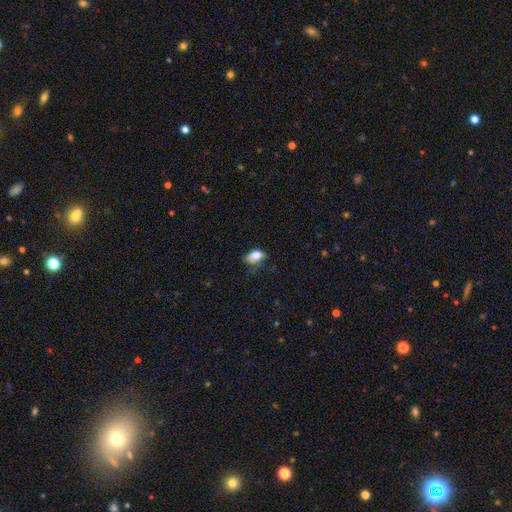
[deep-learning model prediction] A smooth galaxy with no disk features (82%) that is in between round and cigar-shaped (88%).

Vote fractions:
- Smooth or featured? smooth: 82% / featured or disk: 10% / star or artifact: 9%
- How rounded? in between: 88% / round: 10% / cigar-shaped: 2%
- Merging? none: 42% / minor disturbance: 37% / major disturbance: 18% / merger: 3%